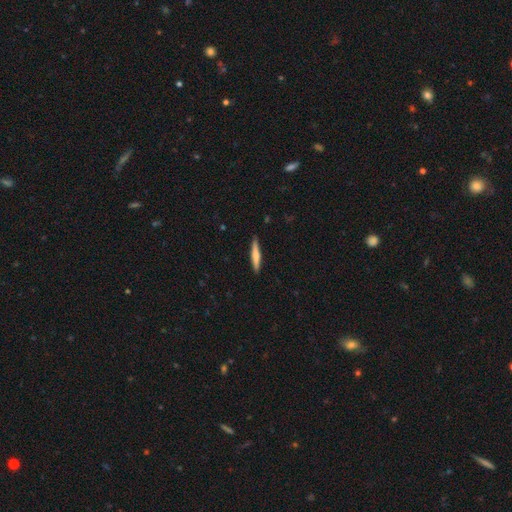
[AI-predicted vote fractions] This is likely a smooth galaxy (60%). How rounded: clearly cigar-shaped (93%). Merging: clearly none (90%).